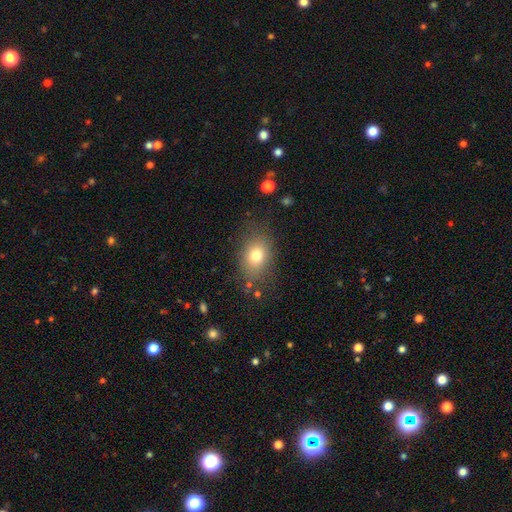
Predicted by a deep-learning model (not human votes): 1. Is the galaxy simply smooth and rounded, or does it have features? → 76% smooth, 12% featured or disk, 12% star or artifact.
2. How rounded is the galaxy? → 67% in between, 32% round, 1% cigar-shaped.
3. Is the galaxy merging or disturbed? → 78% none, 14% minor disturbance, 6% major disturbance, 2% merger.